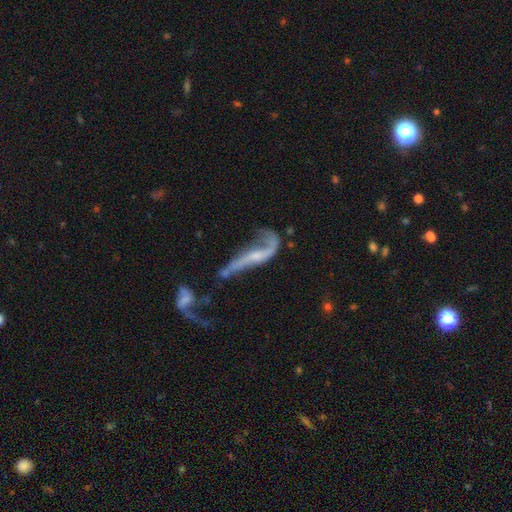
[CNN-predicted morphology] type=featured or disk (74%); edge-on=no (75%); bar=no (55%); spiral arms=yes (74%); bulge=small (52%); merging=major disturbance (32%, tied with merger).